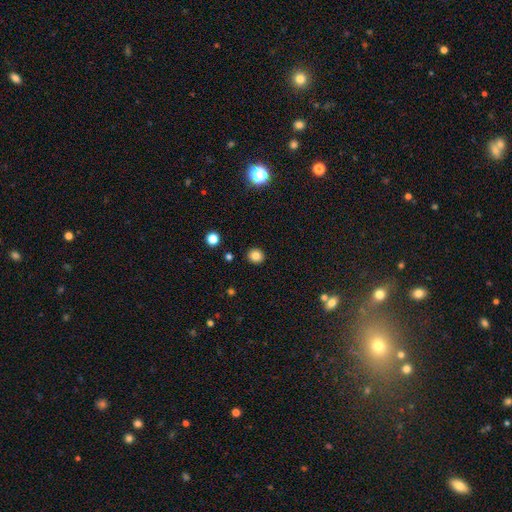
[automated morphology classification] Q: Smooth or featured?
A: smooth (82%); runner-up: star or artifact (12%)
Q: How rounded?
A: round (87%); runner-up: in between (12%)
Q: Merging?
A: none (92%); runner-up: minor disturbance (5%)